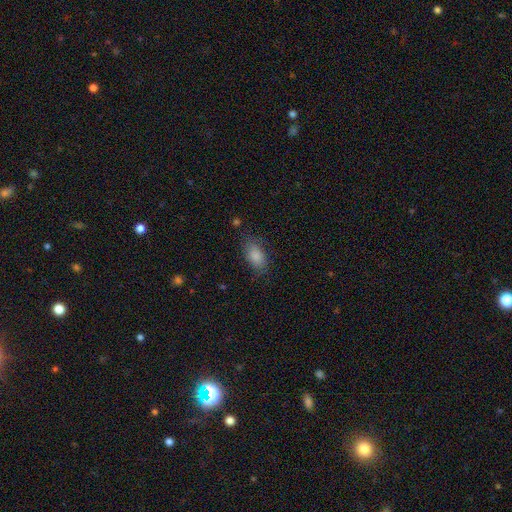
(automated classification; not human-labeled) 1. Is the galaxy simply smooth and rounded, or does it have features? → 86% smooth, 8% star or artifact, 7% featured or disk.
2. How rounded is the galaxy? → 91% in between, 6% round, 4% cigar-shaped.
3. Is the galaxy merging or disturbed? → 73% none, 19% minor disturbance, 7% major disturbance, 2% merger.